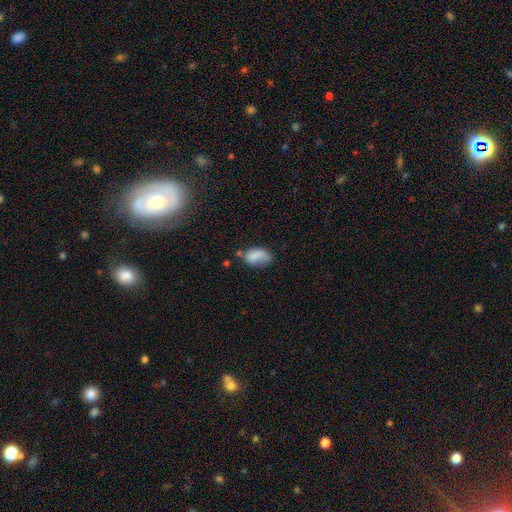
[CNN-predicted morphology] Q: Smooth or featured?
A: smooth (79%); runner-up: featured or disk (12%)
Q: How rounded?
A: in between (90%); runner-up: round (8%)
Q: Merging?
A: none (44%); runner-up: minor disturbance (33%)